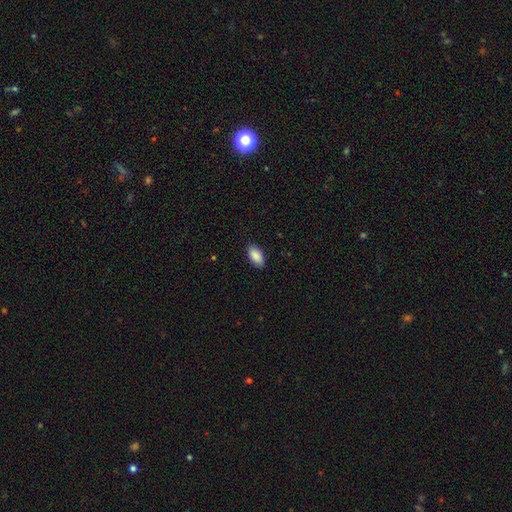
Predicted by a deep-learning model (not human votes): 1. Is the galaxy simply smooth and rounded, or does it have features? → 90% smooth, 6% star or artifact, 4% featured or disk.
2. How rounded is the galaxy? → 93% in between, 4% cigar-shaped, 2% round.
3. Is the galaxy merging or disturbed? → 88% none, 9% minor disturbance, 2% major disturbance, 1% merger.